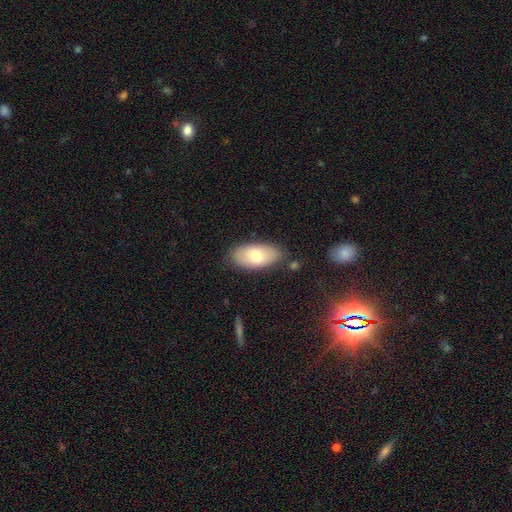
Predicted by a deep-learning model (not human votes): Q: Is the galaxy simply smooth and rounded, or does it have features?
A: smooth — 72%.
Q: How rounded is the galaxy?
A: in between — 93%.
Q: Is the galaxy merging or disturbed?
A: none — 81%.